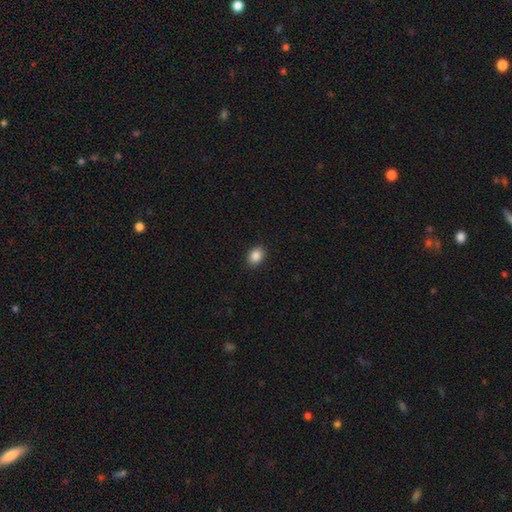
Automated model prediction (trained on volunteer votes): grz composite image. It shows a smooth galaxy with no disk features (88%) that is in between round and cigar-shaped (75%). Merging: none (90%).